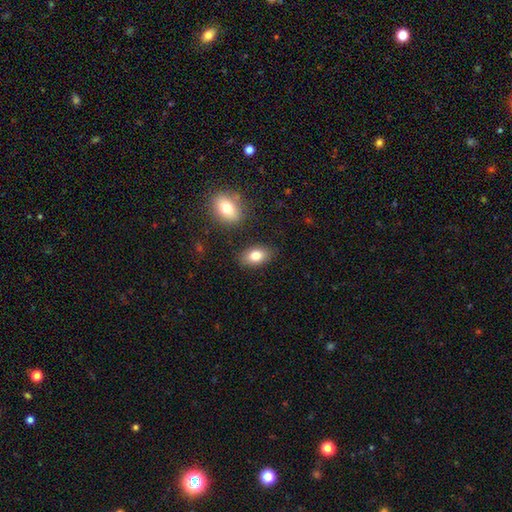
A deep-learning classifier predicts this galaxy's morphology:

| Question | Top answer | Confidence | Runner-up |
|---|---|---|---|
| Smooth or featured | smooth | 81% | featured or disk (11%) |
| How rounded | in between | 90% | round (8%) |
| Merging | none | 84% | minor disturbance (10%) |